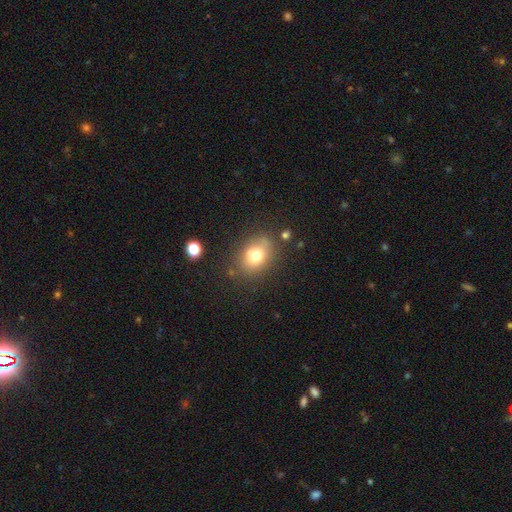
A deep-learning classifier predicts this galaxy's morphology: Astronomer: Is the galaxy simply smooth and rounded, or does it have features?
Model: smooth — 73%.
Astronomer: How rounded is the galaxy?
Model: in between — 61% (runner-up: round, 38%).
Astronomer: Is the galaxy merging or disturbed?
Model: none — 71%.